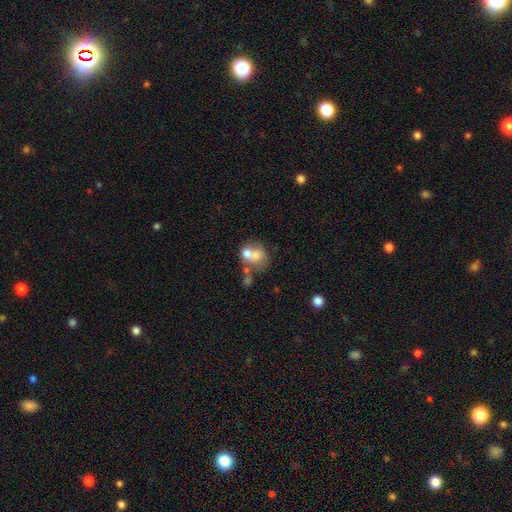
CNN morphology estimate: Smooth or featured: smooth — 60% (featured or disk — 29%)
How rounded: round — 54% (in between — 45%)
Merging: merger — 58% (none — 23%)